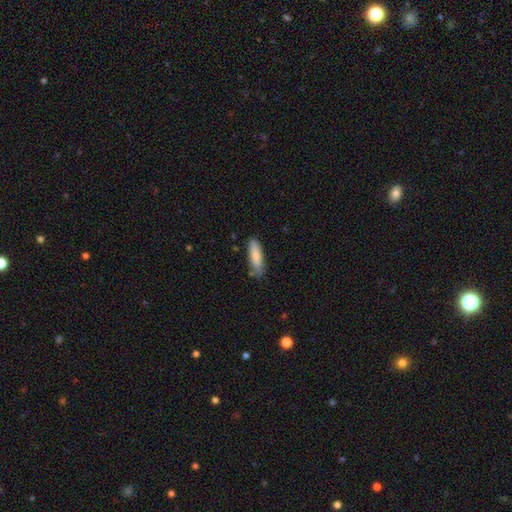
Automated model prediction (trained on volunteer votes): This is clearly a smooth galaxy (81%). How rounded: possibly cigar-shaped (59%). Merging: likely none (79%).